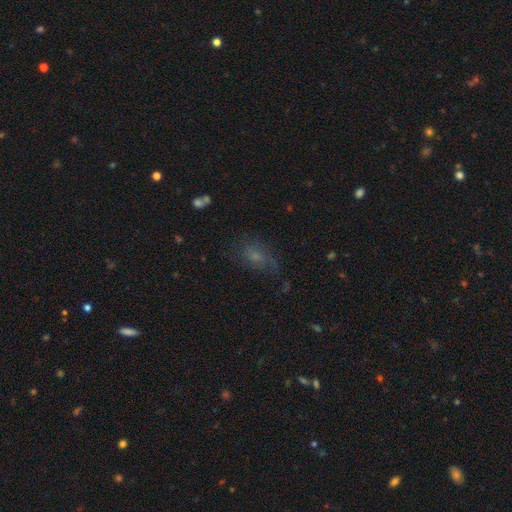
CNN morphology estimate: Overall: smooth (46%; featured or disk 34%). Merging: none (56%; minor disturbance 23%).